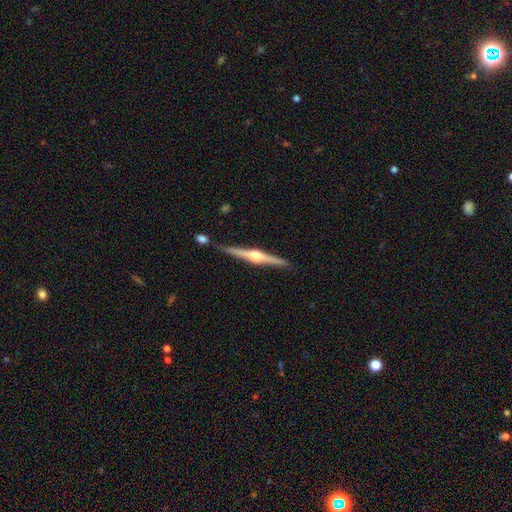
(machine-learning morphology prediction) featured or disk 82%, smooth 13%, star or artifact 5%. Down the decision tree: edge-on disk — yes (98%); edge-on bulge — rounded (93%); merging — none (84%).